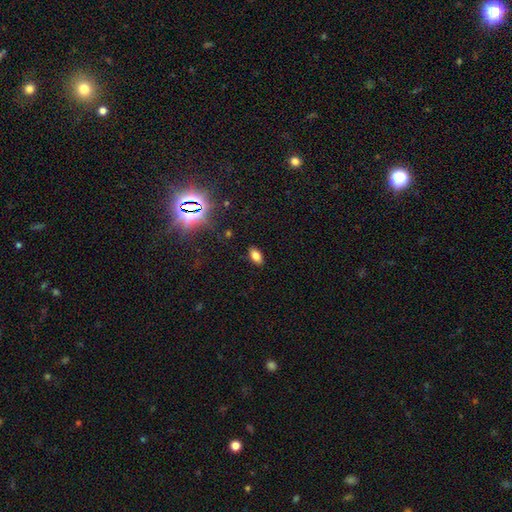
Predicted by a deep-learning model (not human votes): Q: Smooth or featured?
A: smooth (77%); runner-up: star or artifact (15%)
Q: How rounded?
A: in between (91%); runner-up: round (5%)
Q: Merging?
A: none (87%); runner-up: minor disturbance (9%)